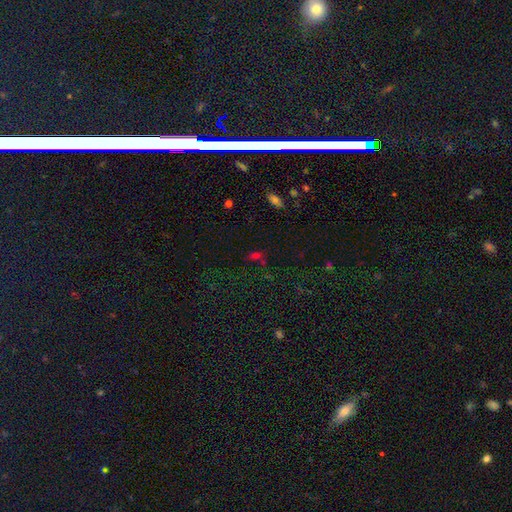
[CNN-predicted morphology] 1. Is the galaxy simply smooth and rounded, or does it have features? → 47% smooth, 44% star or artifact, 10% featured or disk.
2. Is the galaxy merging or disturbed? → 53% none, 23% merger, 15% minor disturbance, 10% major disturbance.